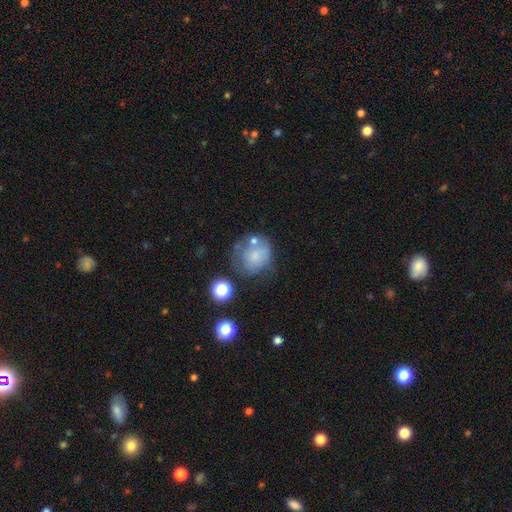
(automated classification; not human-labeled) This appears to be a smooth galaxy with no disk features (62%) that is round (76%). Merging: none (42%).